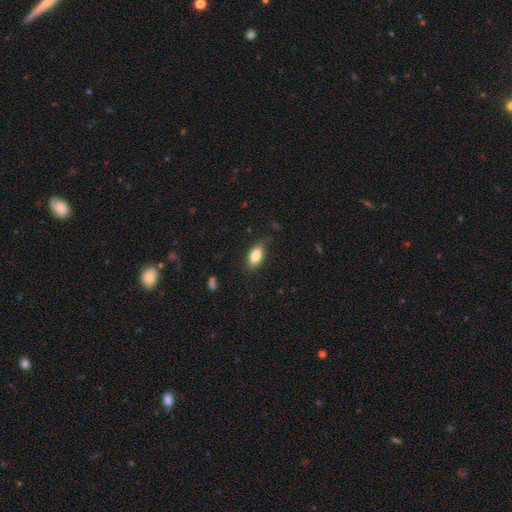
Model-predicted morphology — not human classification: The model was most divided on "merging": none: 80%, minor disturbance: 15%, major disturbance: 3%, merger: 1%. More confident: how rounded — in between (86%); smooth or featured — smooth (80%).